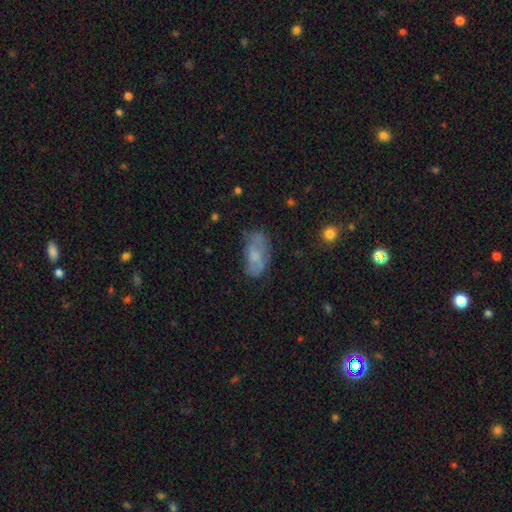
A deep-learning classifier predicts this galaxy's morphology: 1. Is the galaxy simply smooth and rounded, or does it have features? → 55% smooth, 35% featured or disk, 10% star or artifact.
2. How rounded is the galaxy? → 90% in between, 5% cigar-shaped, 5% round.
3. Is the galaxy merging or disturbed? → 54% none, 28% minor disturbance, 14% major disturbance, 4% merger.